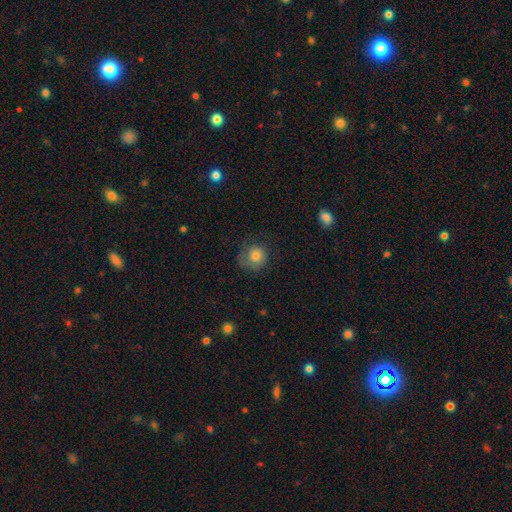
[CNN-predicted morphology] A smooth galaxy with no disk features (80%) that is round (87%).

Vote fractions:
- Smooth or featured? smooth: 80% / featured or disk: 11% / star or artifact: 9%
- How rounded? round: 87% / in between: 12% / cigar-shaped: 1%
- Merging? none: 63% / minor disturbance: 23% / major disturbance: 13% / merger: 1%